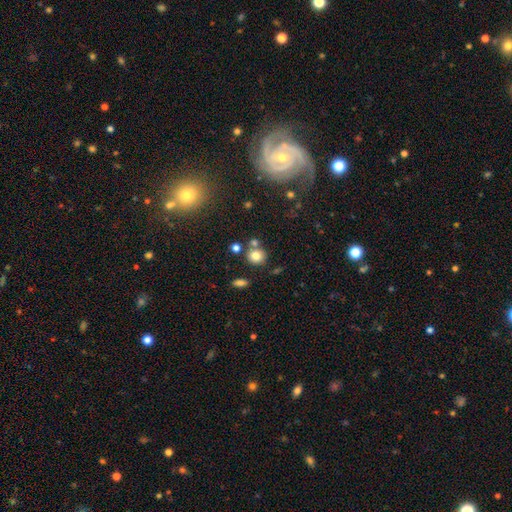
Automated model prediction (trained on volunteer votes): This is likely a smooth galaxy (80%). How rounded: clearly round (83%). Merging: likely none (70%).